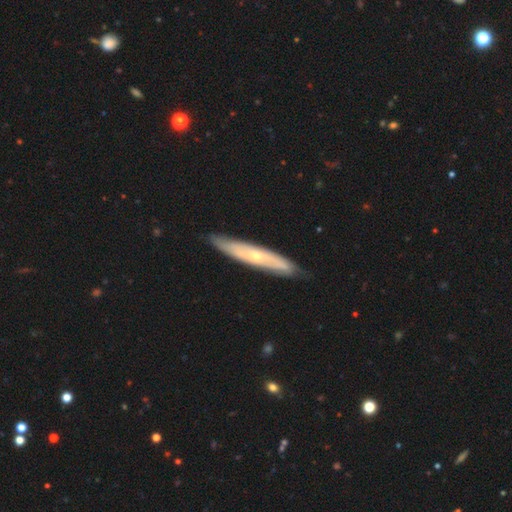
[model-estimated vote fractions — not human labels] Smooth or featured?
  - featured or disk: 61% *
  - smooth: 33%
  - star or artifact: 5%
Edge-on disk?
  - yes: 66% *
  - no: 34%
Merging?
  - none: 84% *
  - minor disturbance: 12%
  - major disturbance: 2%
  - merger: 1%